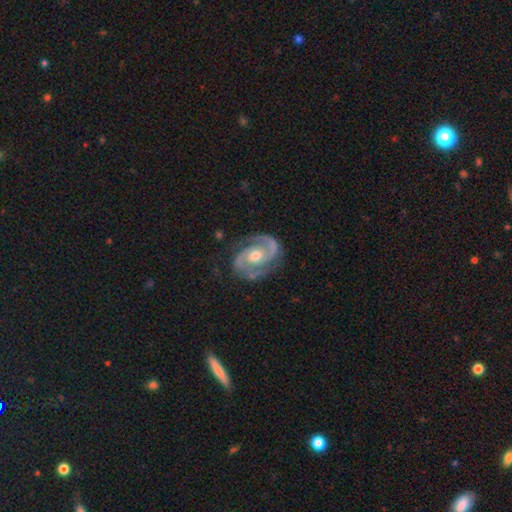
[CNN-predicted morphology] smooth-or-featured: featured or disk: 92% | star or artifact: 4% | smooth: 4%
  disk-edge-on: no: 98% | yes: 2%
    bar: no: 62% | weak: 29% | strong: 9%
    has-spiral-arms: yes: 98% | no: 2%
      spiral-winding: medium: 48% | tight: 44% | loose: 8%
      spiral-arm-count: 2: 93% | can't tell: 2% | 3: 2% | 1: 1% | 4: 1% | more than 4: 1%
    bulge-size: moderate: 70% | small: 23% | large: 4% | none: 1% | dominant: 1%
  merging: none: 79% | minor disturbance: 15% | major disturbance: 5% | merger: 1%